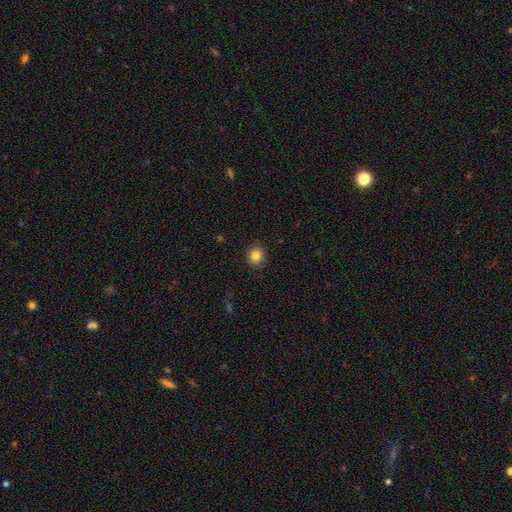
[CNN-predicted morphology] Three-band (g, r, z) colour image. It shows a smooth galaxy with no disk features (83%) that is round (89%). Merging: none (91%).